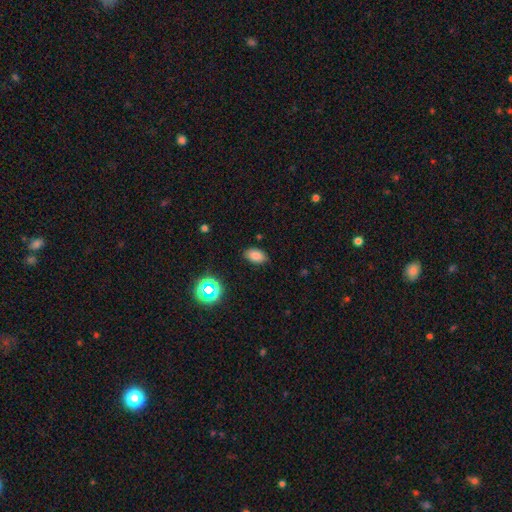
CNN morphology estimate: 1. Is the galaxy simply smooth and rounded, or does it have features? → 80% smooth, 14% star or artifact, 6% featured or disk.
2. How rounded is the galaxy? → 91% in between, 7% round, 2% cigar-shaped.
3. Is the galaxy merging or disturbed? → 86% none, 10% minor disturbance, 3% major disturbance, 1% merger.